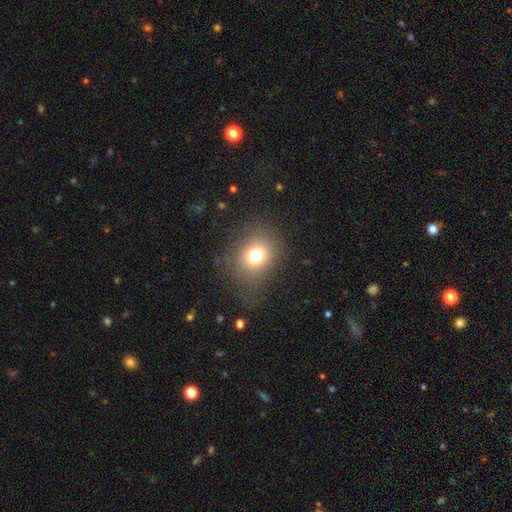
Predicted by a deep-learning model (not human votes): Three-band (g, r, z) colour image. It shows a smooth galaxy with no disk features (73%) that is round (63%). Merging: none (72%).